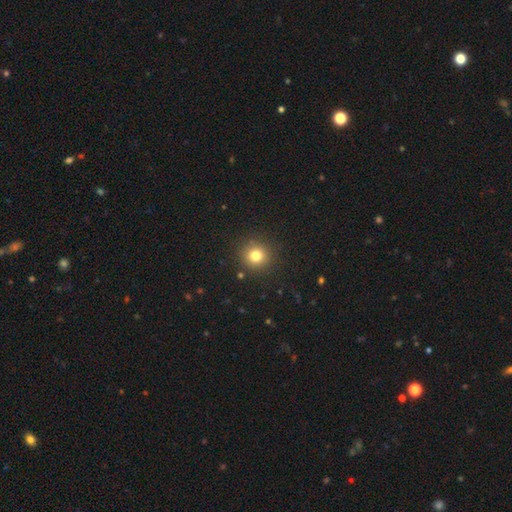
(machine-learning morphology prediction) This is likely a smooth galaxy (79%). How rounded: clearly round (93%). Merging: clearly none (90%).